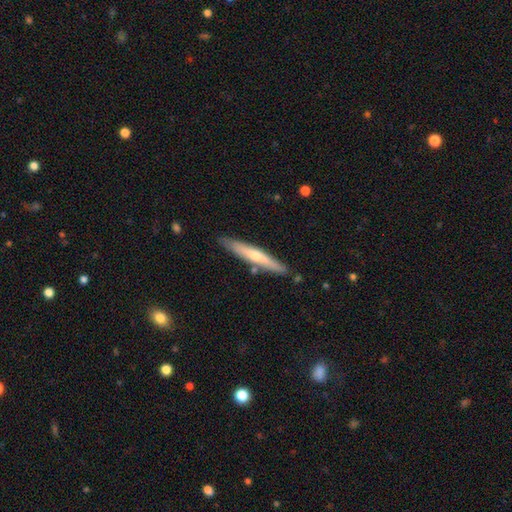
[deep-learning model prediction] Smooth or featured? Predicted: featured or disk (p=0.48). Merging? Predicted: none (p=0.83).